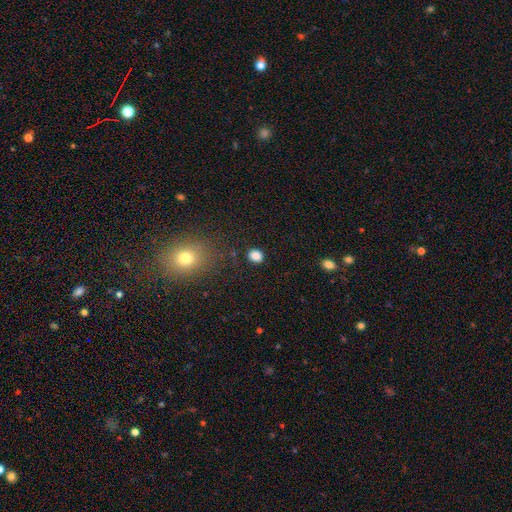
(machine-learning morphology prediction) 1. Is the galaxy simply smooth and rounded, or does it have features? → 85% smooth, 11% star or artifact, 4% featured or disk.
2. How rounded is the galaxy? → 62% round, 37% in between, 1% cigar-shaped.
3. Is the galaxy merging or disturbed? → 87% none, 9% minor disturbance, 3% major disturbance, 2% merger.